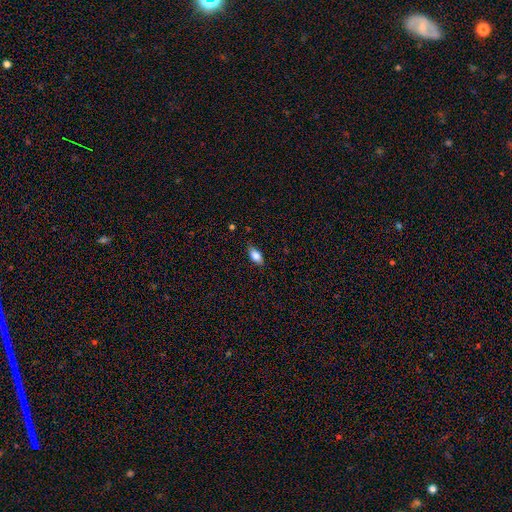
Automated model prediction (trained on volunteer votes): smooth-or-featured: smooth: 83% | featured or disk: 9% | star or artifact: 8%
  how-rounded: in between: 88% | cigar-shaped: 7% | round: 4%
  merging: none: 79% | minor disturbance: 17% | major disturbance: 3% | merger: 1%